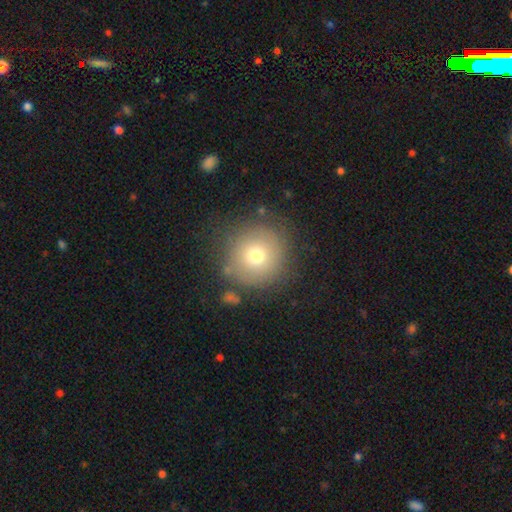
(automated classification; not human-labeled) Smooth or featured? Predicted: smooth (p=0.71). How rounded? Predicted: round (p=0.94). Merging? Predicted: none (p=0.81).